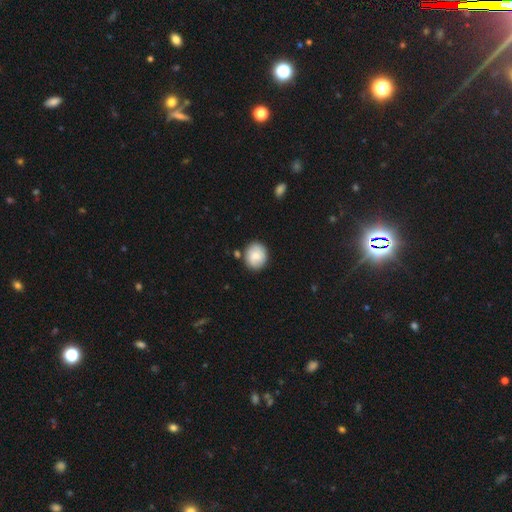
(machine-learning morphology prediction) Smooth or featured: smooth — 71% (featured or disk — 22%)
How rounded: round — 67% (in between — 32%)
Merging: none — 80% (minor disturbance — 13%)